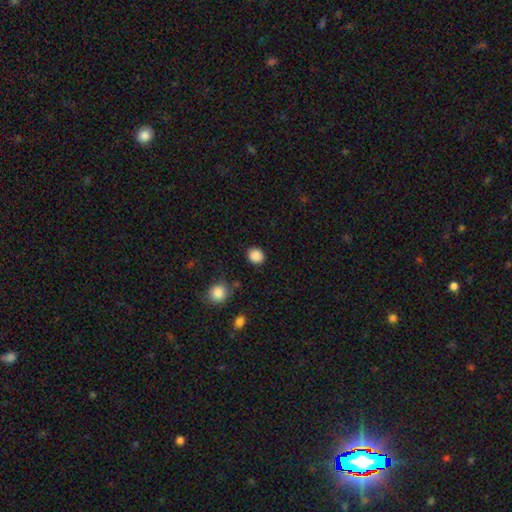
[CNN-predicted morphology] Smooth or featured: smooth — 88% (star or artifact — 9%)
How rounded: round — 72% (in between — 27%)
Merging: none — 87% (minor disturbance — 8%)